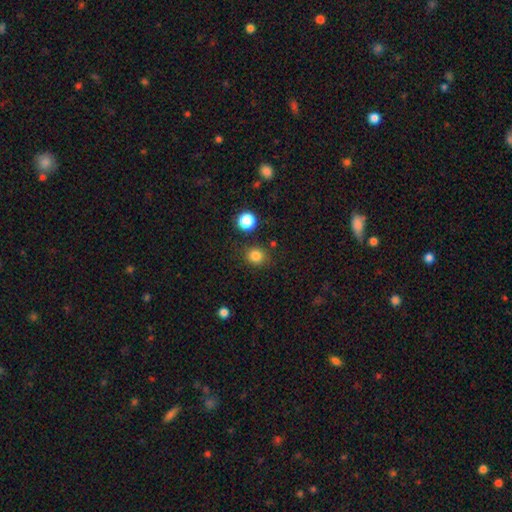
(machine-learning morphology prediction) smooth_or_featured: smooth (p=0.83) [alt: star or artifact p=0.13]
how_rounded: round (p=0.81) [alt: in between p=0.18]
merging: none (p=0.84) [alt: minor disturbance p=0.10]